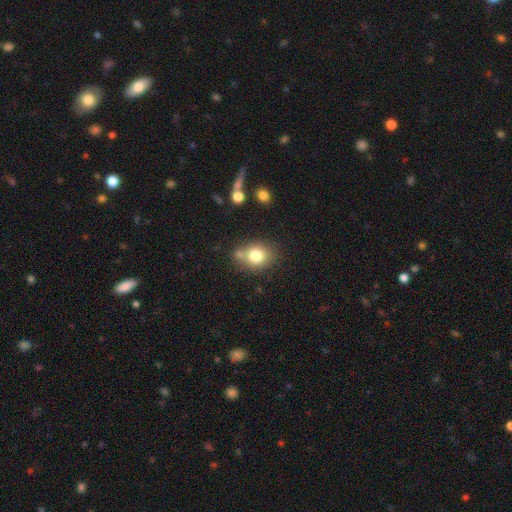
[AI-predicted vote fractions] Morphology: type=smooth (78%); roundness=round (63%); merging=none (63%).